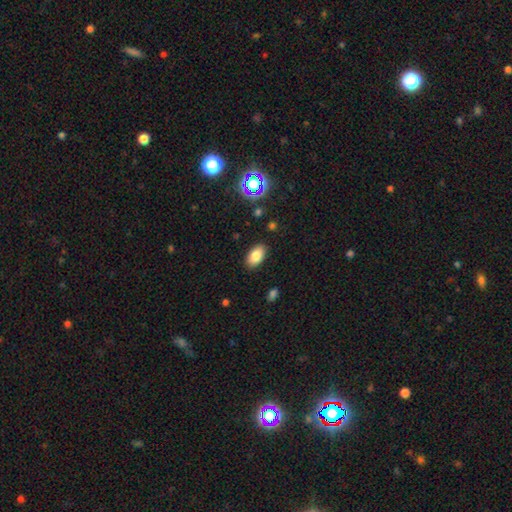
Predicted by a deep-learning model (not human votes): Smooth or featured: smooth — 84% (star or artifact — 10%)
How rounded: in between — 93% (round — 5%)
Merging: none — 88% (minor disturbance — 9%)